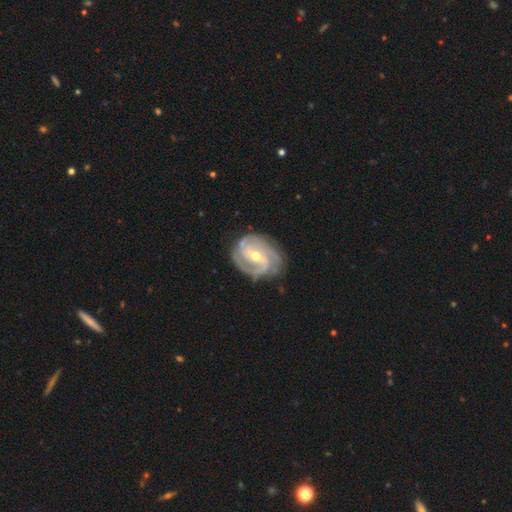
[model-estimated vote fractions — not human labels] Q: Smooth or featured?
A: featured or disk (91%); runner-up: smooth (5%)
Q: Edge-on disk?
A: no (98%); runner-up: yes (2%)
Q: Bar?
A: weak (43%); runner-up: no (31%)
Q: Spiral arms?
A: yes (98%); runner-up: no (2%)
Q: Spiral winding?
A: tight (56%); runner-up: medium (37%)
Q: Spiral arm count?
A: 3 (38%); runner-up: 2 (35%)
Q: Bulge size?
A: moderate (53%); runner-up: small (44%)
Q: Merging?
A: none (75%); runner-up: minor disturbance (18%)